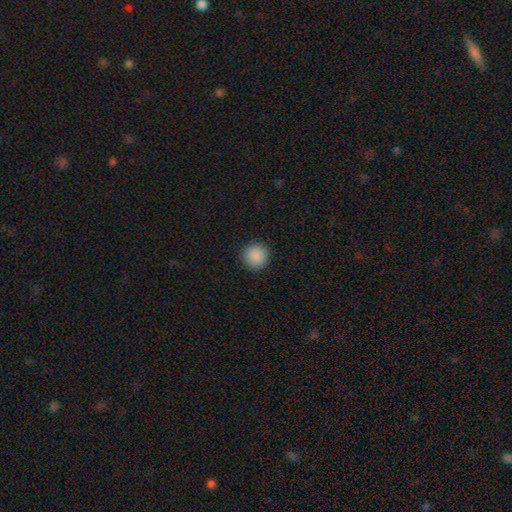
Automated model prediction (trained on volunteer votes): A smooth galaxy with no disk features (89%) that is round (94%).

Vote fractions:
- Smooth or featured? smooth: 89% / star or artifact: 8% / featured or disk: 2%
- How rounded? round: 94% / in between: 5% / cigar-shaped: 1%
- Merging? none: 91% / minor disturbance: 6% / major disturbance: 2% / merger: 1%